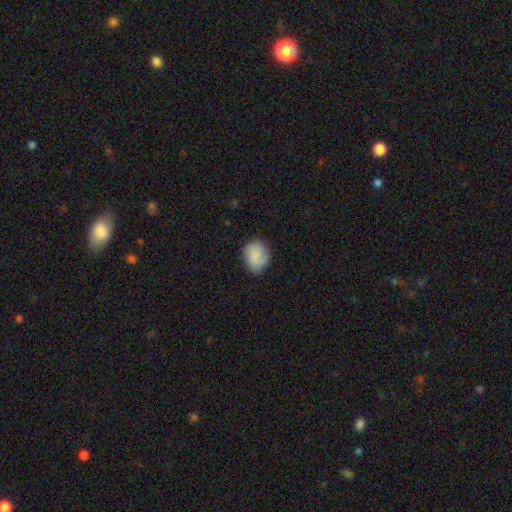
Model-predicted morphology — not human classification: Smooth or featured: smooth — 77% (featured or disk — 15%)
How rounded: round — 59% (in between — 40%)
Merging: none — 75% (minor disturbance — 19%)